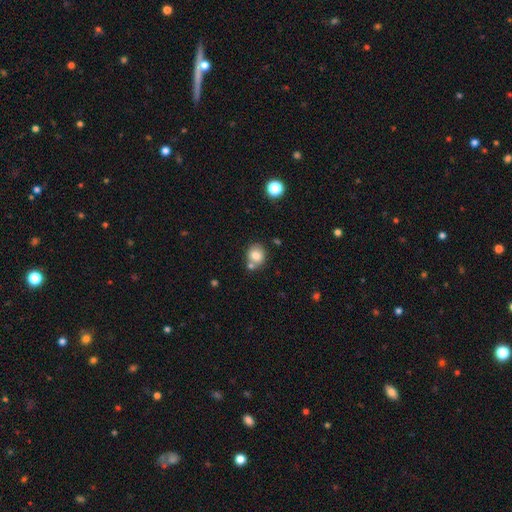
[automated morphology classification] type=smooth (80%); roundness=round (67%); merging=none (61%).